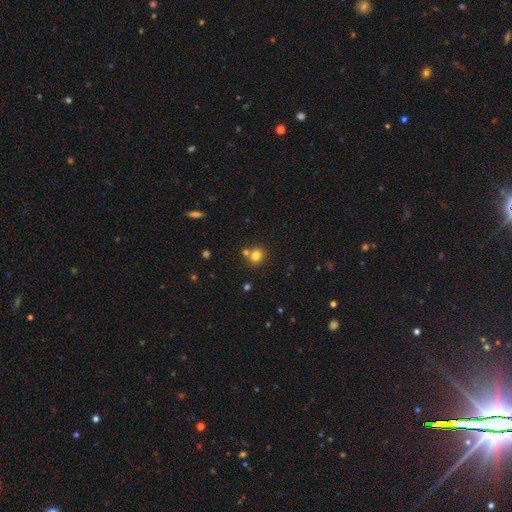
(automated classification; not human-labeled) The model was most divided on "merging": none: 68%, merger: 21%, minor disturbance: 8%, major disturbance: 3%. More confident: how rounded — round (83%); smooth or featured — smooth (78%).